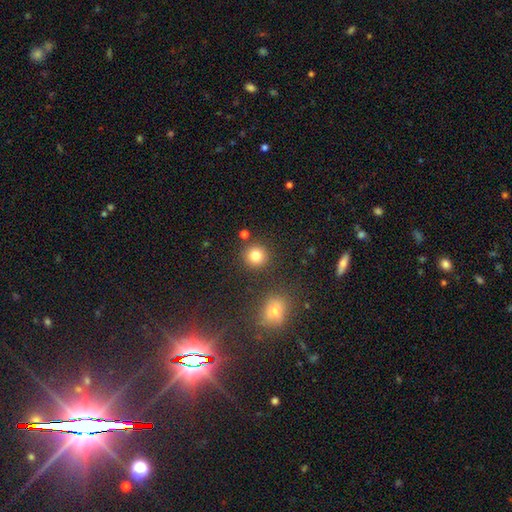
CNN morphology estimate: smooth_or_featured: smooth (p=0.82) [alt: star or artifact p=0.12]
how_rounded: round (p=0.92) [alt: in between p=0.07]
merging: none (p=0.86) [alt: minor disturbance p=0.07]